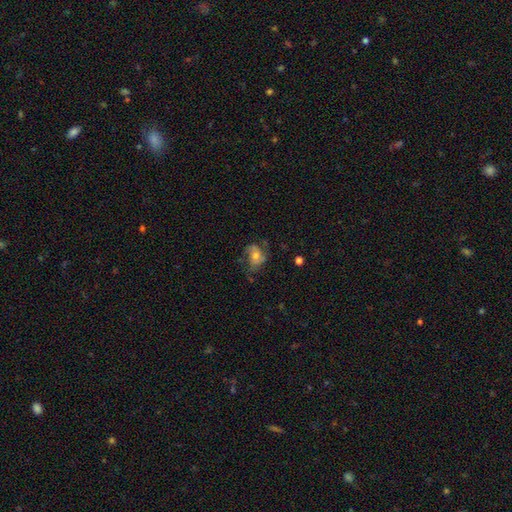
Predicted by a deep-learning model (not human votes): Smooth or featured?
  - featured or disk: 48% *
  - smooth: 42%
  - star or artifact: 11%
Merging?
  - none: 50% *
  - minor disturbance: 26%
  - major disturbance: 21%
  - merger: 2%